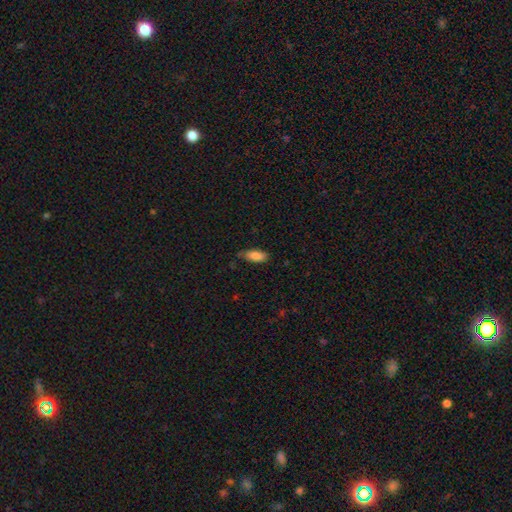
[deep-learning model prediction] smooth 83%, featured or disk 9%, star or artifact 7%. Down the decision tree: how rounded — in between (85%); merging — none (74%).